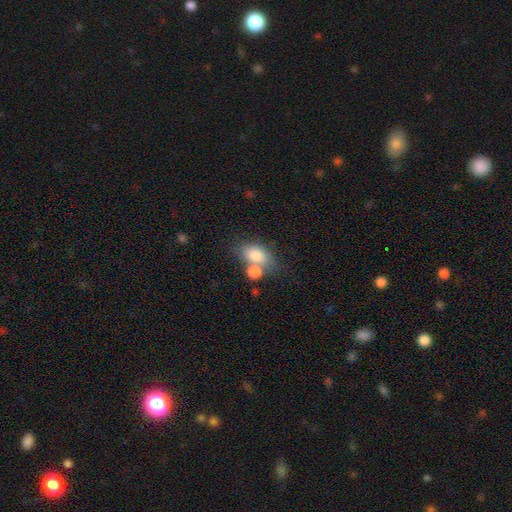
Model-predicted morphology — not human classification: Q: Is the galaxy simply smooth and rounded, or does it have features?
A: smooth — 81%.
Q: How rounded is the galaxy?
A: in between — 84%.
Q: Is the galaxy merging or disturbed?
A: merger — 44%.